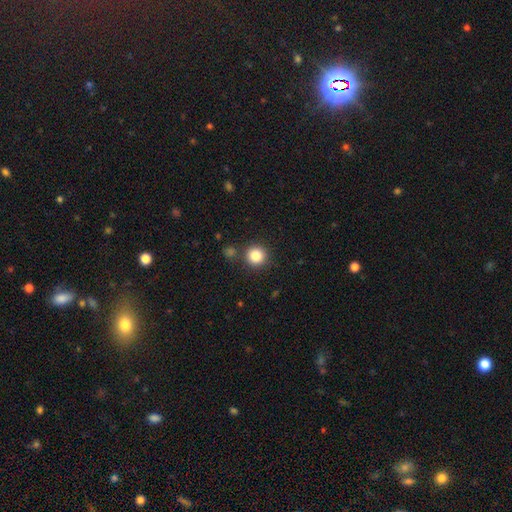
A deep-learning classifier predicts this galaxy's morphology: Q: Smooth or featured?
A: smooth (84%); runner-up: star or artifact (11%)
Q: How rounded?
A: round (94%); runner-up: in between (5%)
Q: Merging?
A: none (85%); runner-up: minor disturbance (7%)